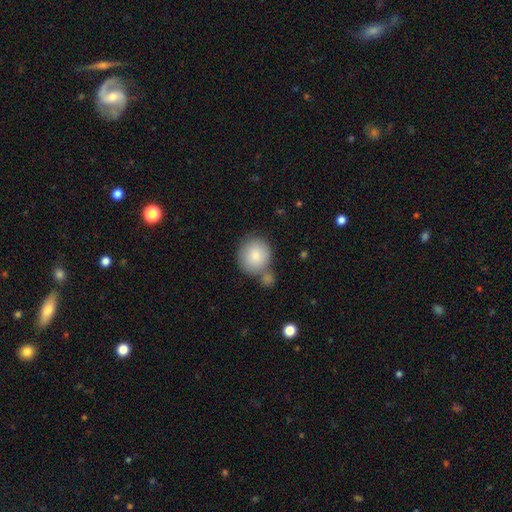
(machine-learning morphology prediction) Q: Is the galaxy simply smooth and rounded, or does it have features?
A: smooth — 83%.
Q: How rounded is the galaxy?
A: round — 87%.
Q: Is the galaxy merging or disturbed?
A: none — 57%.